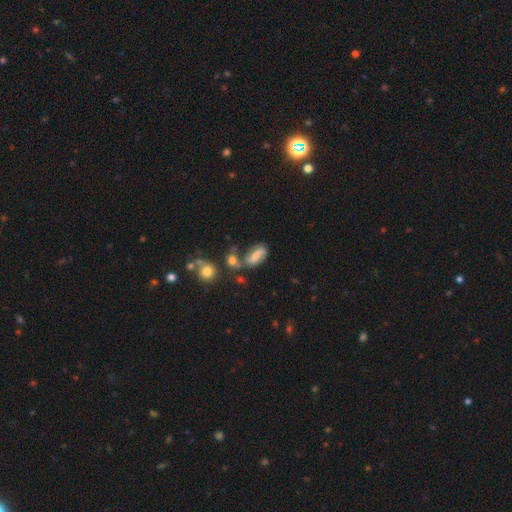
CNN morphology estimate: smooth 45%, featured or disk 43%, star or artifact 12%. Down the decision tree: merging — none (55%).